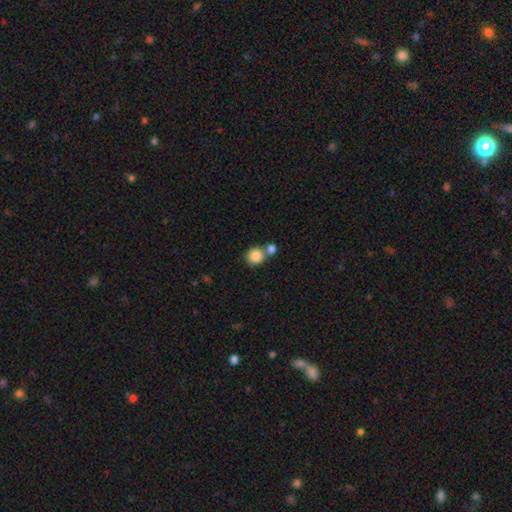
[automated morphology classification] smooth_or_featured: smooth (p=0.85) [alt: star or artifact p=0.09]
how_rounded: round (p=0.89) [alt: in between p=0.10]
merging: none (p=0.55) [alt: merger p=0.34]